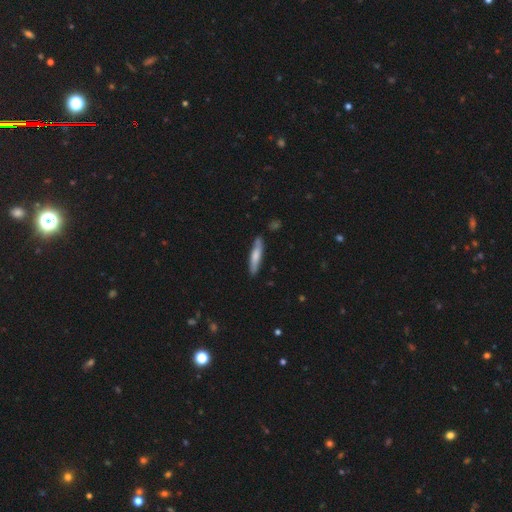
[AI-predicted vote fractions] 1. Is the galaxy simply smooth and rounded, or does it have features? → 66% smooth, 29% featured or disk, 5% star or artifact.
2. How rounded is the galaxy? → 88% cigar-shaped, 11% in between, 1% round.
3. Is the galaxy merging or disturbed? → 83% none, 12% minor disturbance, 2% merger, 2% major disturbance.